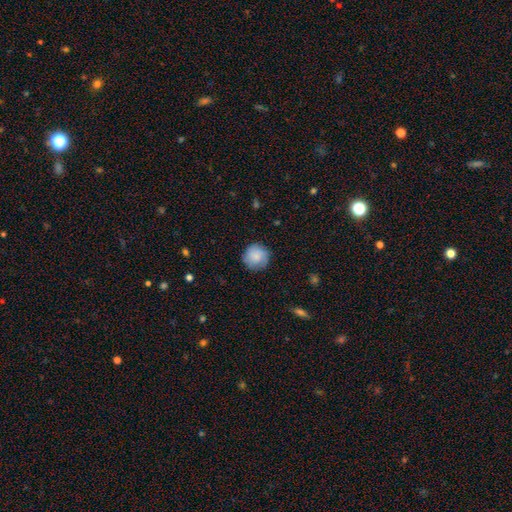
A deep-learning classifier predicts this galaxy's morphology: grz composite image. It shows a smooth galaxy with no disk features (80%) that is round (94%). Merging: none (83%).